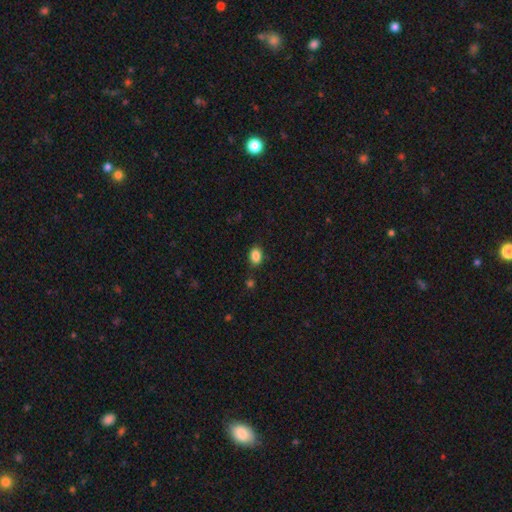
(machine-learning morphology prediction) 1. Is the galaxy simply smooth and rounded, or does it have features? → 87% smooth, 10% star or artifact, 4% featured or disk.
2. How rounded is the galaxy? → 77% in between, 21% round, 1% cigar-shaped.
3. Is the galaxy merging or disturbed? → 81% none, 13% minor disturbance, 3% major disturbance, 3% merger.